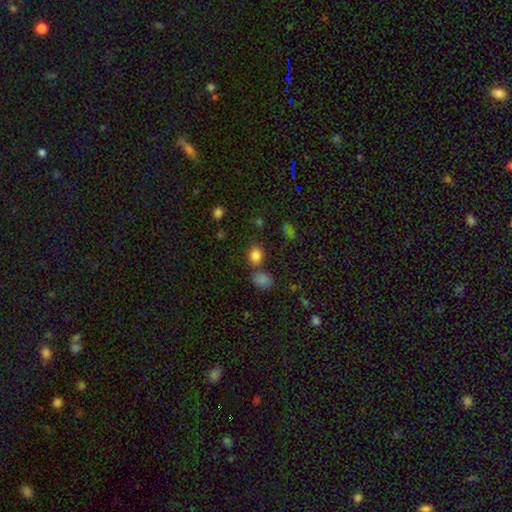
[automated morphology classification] This is clearly a smooth galaxy (83%). How rounded: possibly round (59%). Merging: likely none (71%).